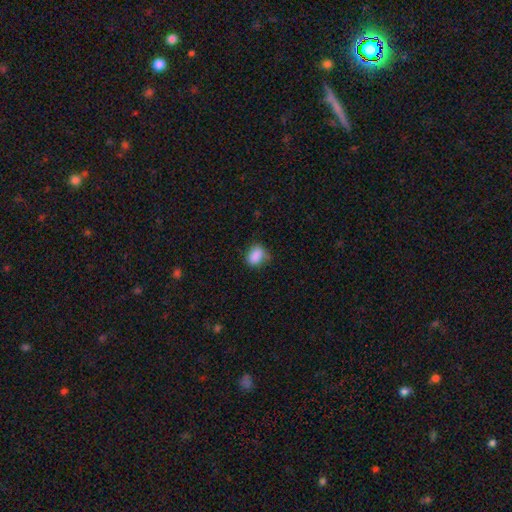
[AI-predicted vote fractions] Smooth or featured?
  - smooth: 87% *
  - star or artifact: 9%
  - featured or disk: 4%
How rounded?
  - in between: 72% *
  - round: 27%
  - cigar-shaped: 2%
Merging?
  - none: 67% *
  - minor disturbance: 25%
  - major disturbance: 6%
  - merger: 2%